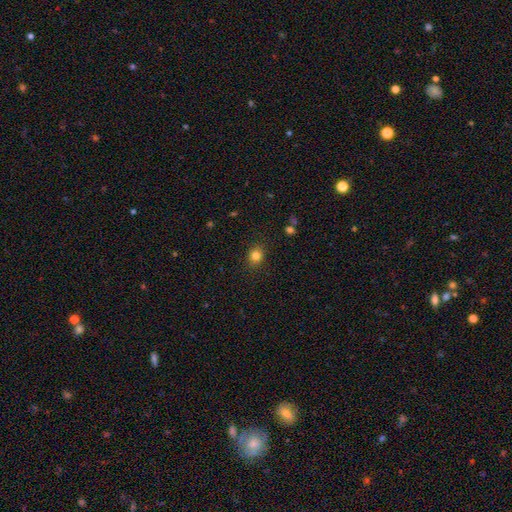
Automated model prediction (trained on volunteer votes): Smooth or featured? Predicted: smooth (p=0.82). How rounded? Predicted: round (p=0.67). Merging? Predicted: none (p=0.87).